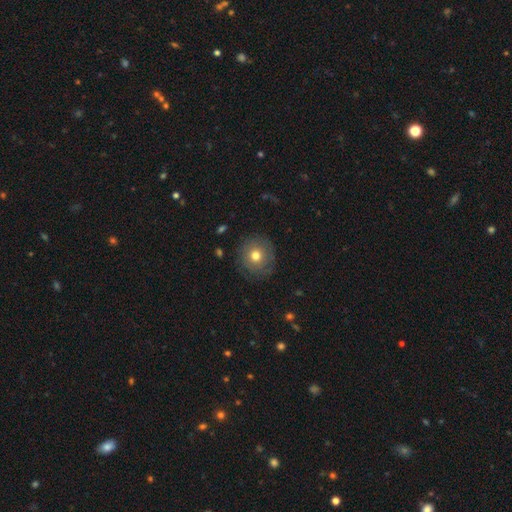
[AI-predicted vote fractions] Smooth or featured? Predicted: smooth (p=0.64). How rounded? Predicted: round (p=0.93). Merging? Predicted: none (p=0.82).